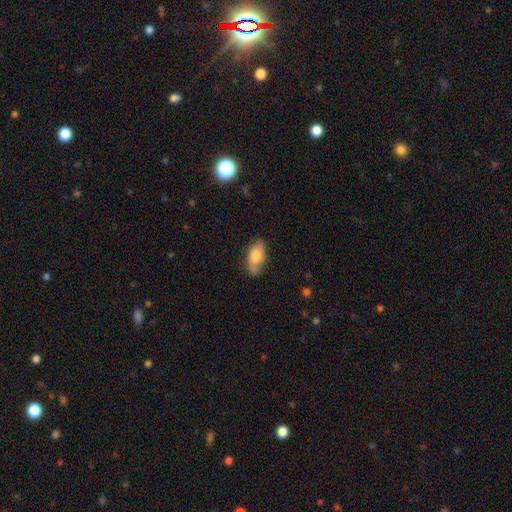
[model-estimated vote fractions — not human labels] Smooth or featured? Predicted: smooth (p=0.71). How rounded? Predicted: in between (p=0.90). Merging? Predicted: none (p=0.63).